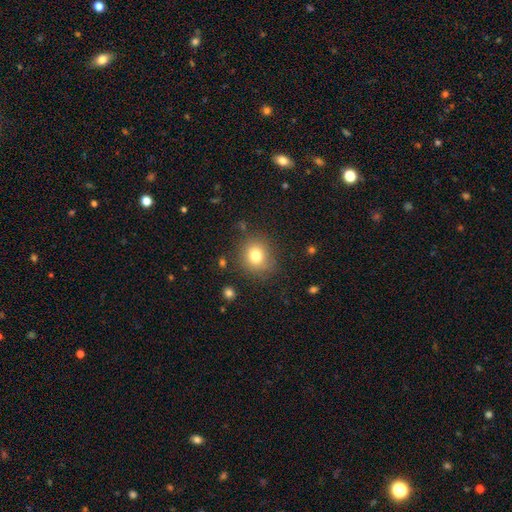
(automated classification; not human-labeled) Smooth or featured: smooth — 78% (star or artifact — 12%)
How rounded: round — 77% (in between — 22%)
Merging: none — 83% (minor disturbance — 11%)